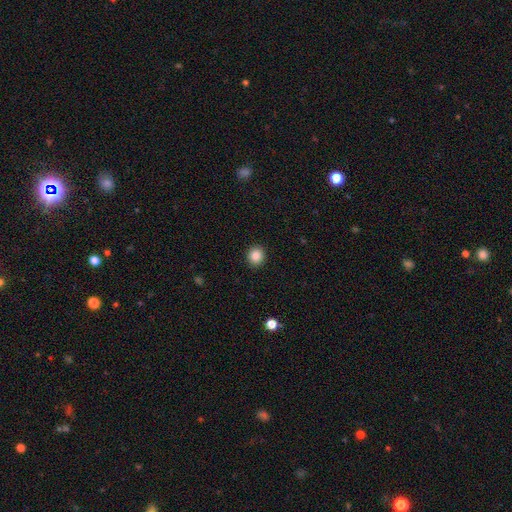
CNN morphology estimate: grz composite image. It shows a smooth galaxy with no disk features (86%) that is round (87%). Merging: none (92%).